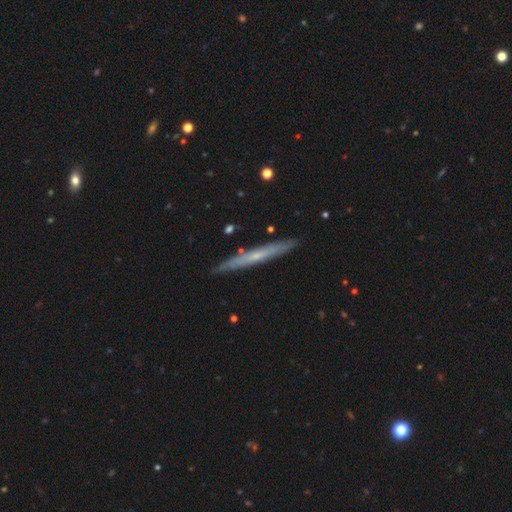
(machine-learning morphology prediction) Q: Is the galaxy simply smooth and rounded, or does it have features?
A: featured or disk — 55%.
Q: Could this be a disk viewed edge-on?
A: yes — 93%.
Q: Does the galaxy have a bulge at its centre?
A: none — 65%.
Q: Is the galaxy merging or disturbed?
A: none — 89%.